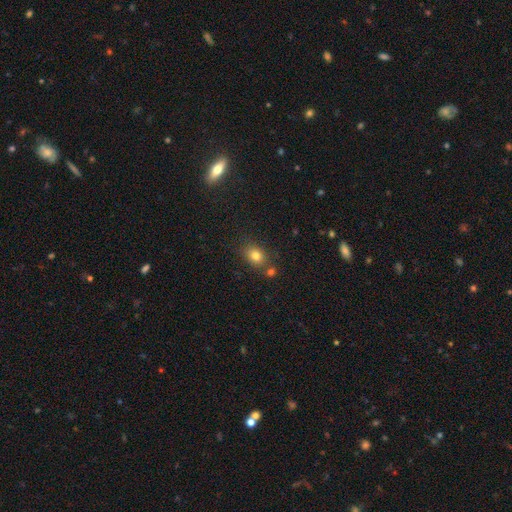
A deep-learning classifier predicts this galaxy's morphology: smooth-or-featured: smooth: 80% | star or artifact: 12% | featured or disk: 8%
  how-rounded: in between: 55% | round: 44% | cigar-shaped: 1%
  merging: none: 68% | merger: 16% | minor disturbance: 12% | major disturbance: 4%